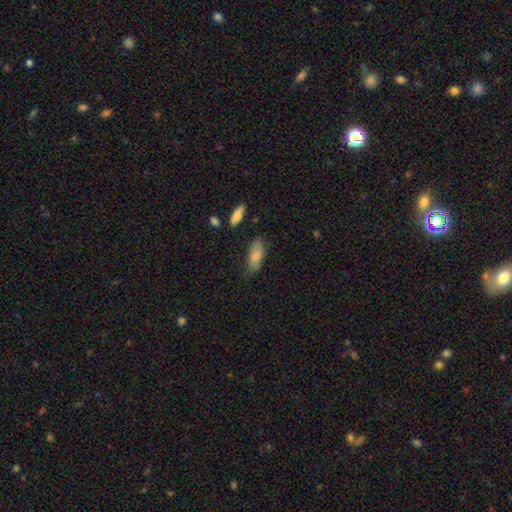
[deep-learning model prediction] Smooth or featured? smooth (82%)
How rounded? in between (81%)
Merging? none (72%)